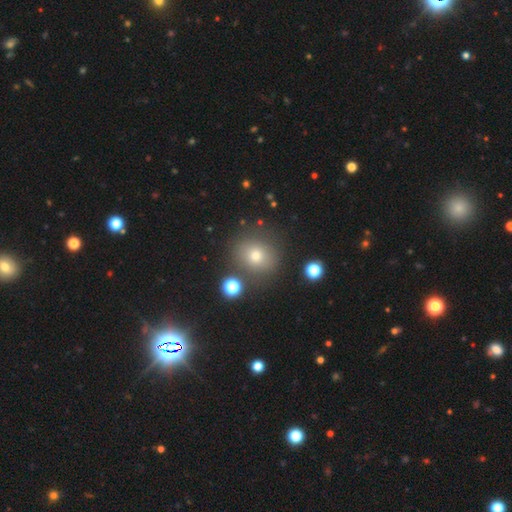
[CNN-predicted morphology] Smooth or featured: smooth — 71% (star or artifact — 18%)
How rounded: round — 84% (in between — 15%)
Merging: none — 82% (minor disturbance — 10%)